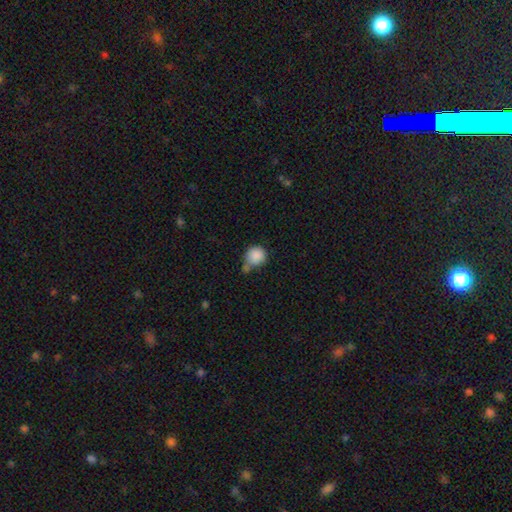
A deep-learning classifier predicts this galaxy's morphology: Overall: smooth (87%). How rounded: round (90%). Merging: none (55%; merger 21%).